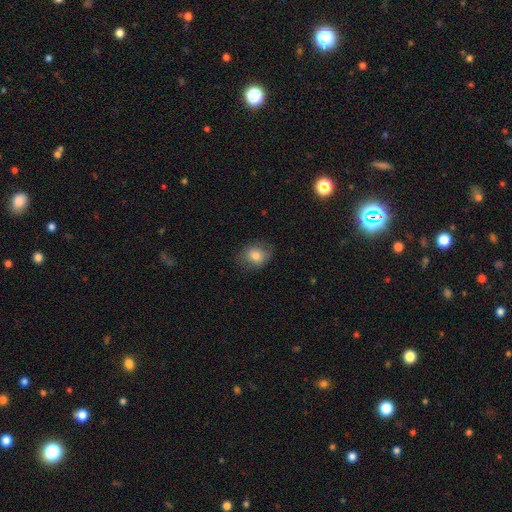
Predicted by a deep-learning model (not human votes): Overall: smooth (77%). How rounded: round (54%; in between 45%). Merging: none (75%).